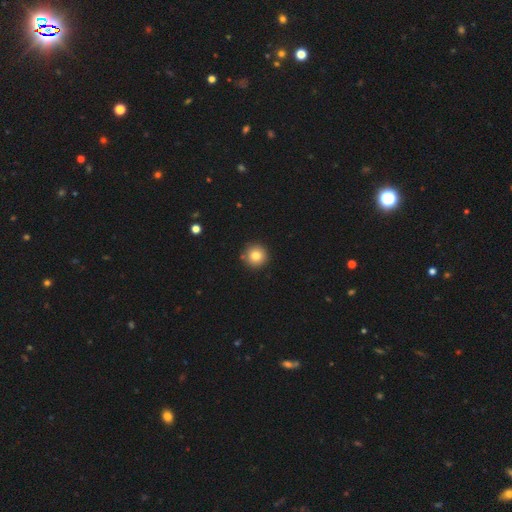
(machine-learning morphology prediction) A smooth galaxy with no disk features (81%) that is round (96%).

Vote fractions:
- Smooth or featured? smooth: 81% / star or artifact: 11% / featured or disk: 9%
- How rounded? round: 96% / in between: 3% / cigar-shaped: 1%
- Merging? none: 89% / minor disturbance: 7% / merger: 3% / major disturbance: 2%